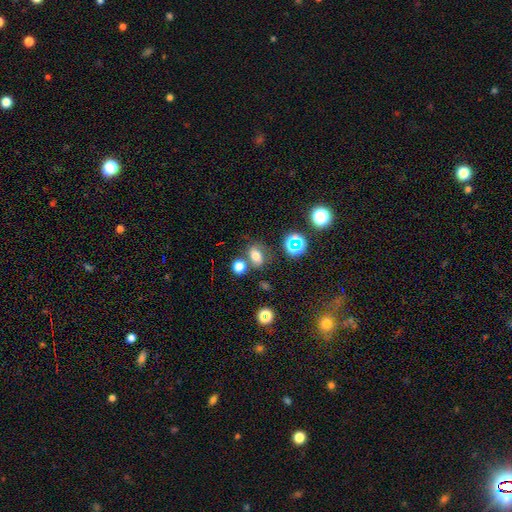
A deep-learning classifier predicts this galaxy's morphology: Overall: smooth (65%). How rounded: in between (65%; round 33%). Merging: none (57%; merger 21%).